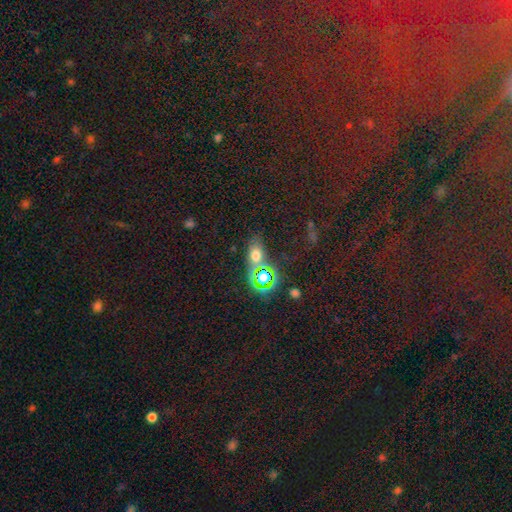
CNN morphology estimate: Smooth or featured?
  - smooth: 56% *
  - star or artifact: 33%
  - featured or disk: 11%
How rounded?
  - in between: 69% *
  - round: 26%
  - cigar-shaped: 5%
Merging?
  - none: 70% *
  - minor disturbance: 13%
  - merger: 11%
  - major disturbance: 6%